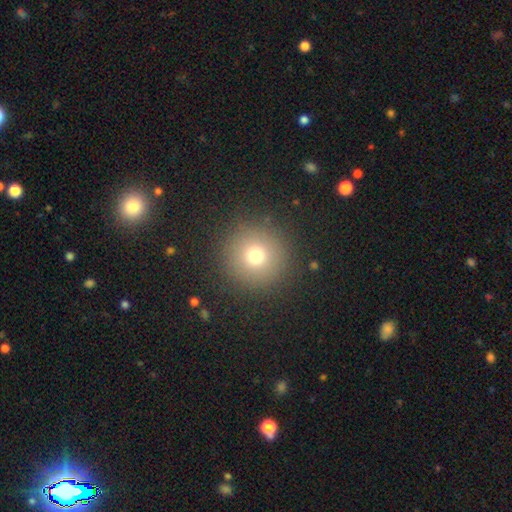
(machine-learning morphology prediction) This appears to be a smooth galaxy with no disk features (73%) that is round (96%). Merging: none (91%).